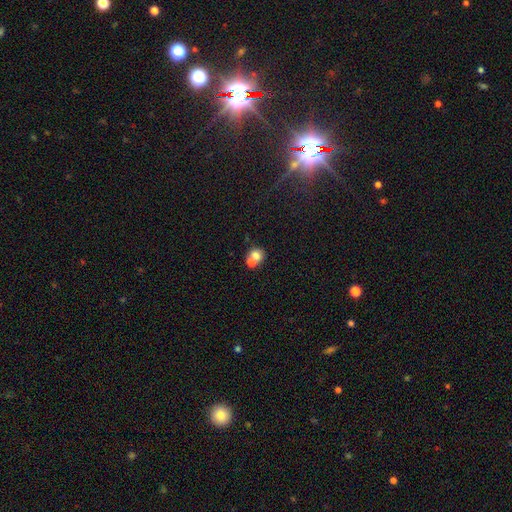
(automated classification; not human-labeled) Smooth or featured? smooth (71%)
How rounded? round (72%)
Merging? merger (51%)